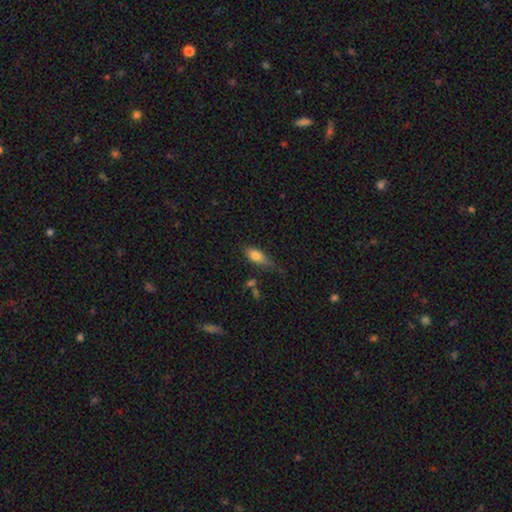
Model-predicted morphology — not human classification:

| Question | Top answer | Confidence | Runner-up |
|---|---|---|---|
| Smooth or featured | smooth | 76% | featured or disk (16%) |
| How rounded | in between | 78% | cigar-shaped (18%) |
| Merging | none | 54% | minor disturbance (32%) |